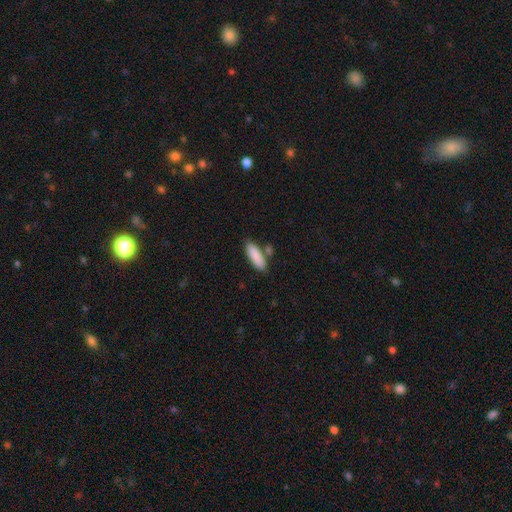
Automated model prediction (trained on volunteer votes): A smooth galaxy with no disk features (88%) that is in between round and cigar-shaped (55%).

Vote fractions:
- Smooth or featured? smooth: 88% / featured or disk: 6% / star or artifact: 6%
- How rounded? in between: 55% / cigar-shaped: 43% / round: 2%
- Merging? none: 73% / minor disturbance: 13% / merger: 11% / major disturbance: 3%